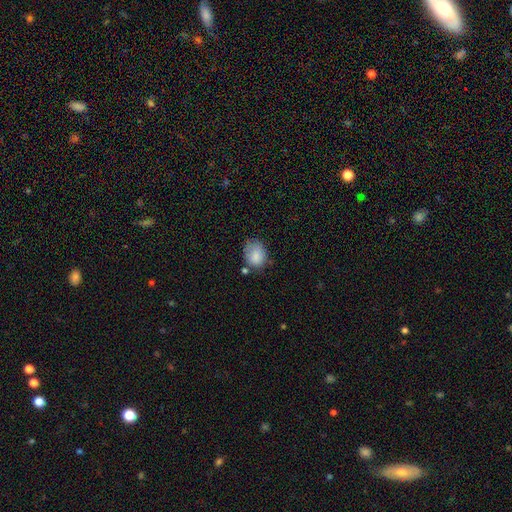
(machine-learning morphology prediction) Smooth or featured: smooth — 81% (featured or disk — 11%)
How rounded: in between — 61% (round — 38%)
Merging: none — 50% (minor disturbance — 31%)